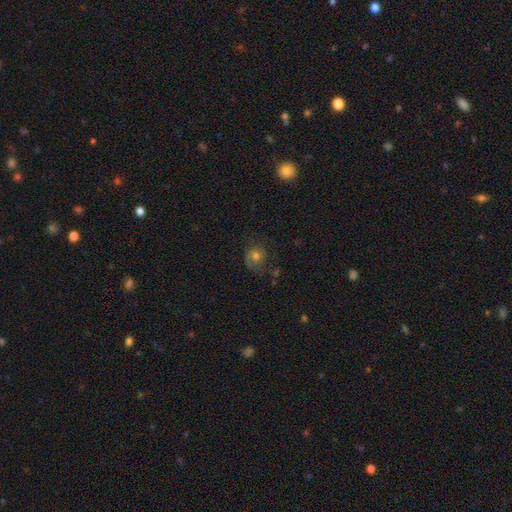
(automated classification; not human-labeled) Morphology: type=smooth (51%); roundness=round (79%); merging=none (62%).